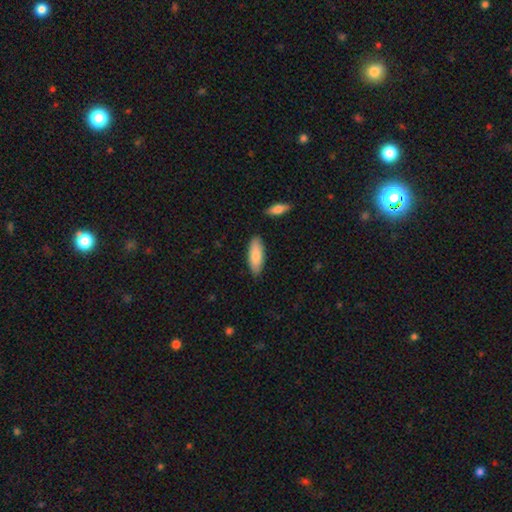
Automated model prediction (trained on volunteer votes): A smooth galaxy with no disk features (84%) that is in between round and cigar-shaped (72%).

Vote fractions:
- Smooth or featured? smooth: 84% / featured or disk: 11% / star or artifact: 5%
- How rounded? in between: 72% / cigar-shaped: 27% / round: 2%
- Merging? none: 85% / minor disturbance: 11% / merger: 3% / major disturbance: 2%